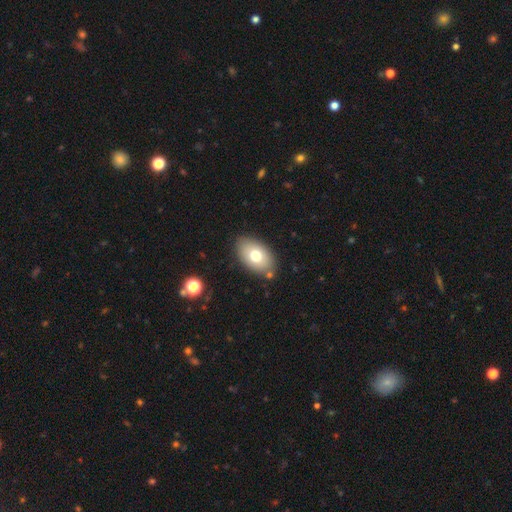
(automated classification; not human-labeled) Q: Smooth or featured?
A: smooth (72%); runner-up: featured or disk (20%)
Q: How rounded?
A: in between (90%); runner-up: round (8%)
Q: Merging?
A: none (82%); runner-up: minor disturbance (11%)